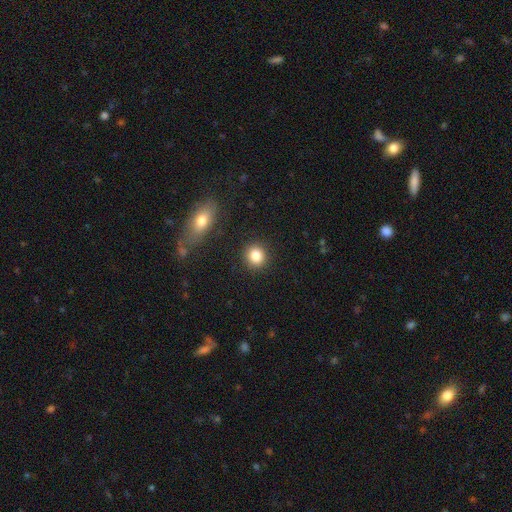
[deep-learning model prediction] Morphology: type=smooth (84%); roundness=round (88%); merging=none (90%).